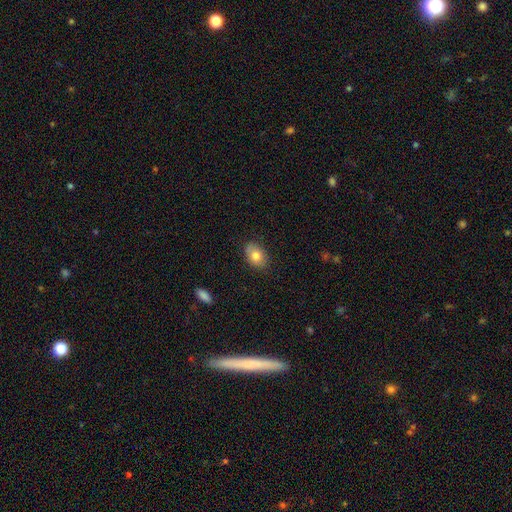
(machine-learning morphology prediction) smooth-or-featured: smooth: 79% | featured or disk: 13% | star or artifact: 8%
  how-rounded: in between: 79% | round: 19% | cigar-shaped: 1%
  merging: none: 81% | minor disturbance: 15% | major disturbance: 3% | merger: 1%